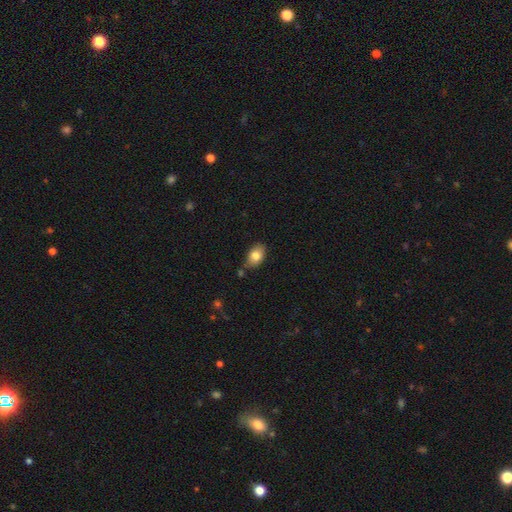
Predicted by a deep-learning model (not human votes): This appears to be a smooth galaxy with no disk features (81%) that is in between round and cigar-shaped (86%). Merging: none (74%).